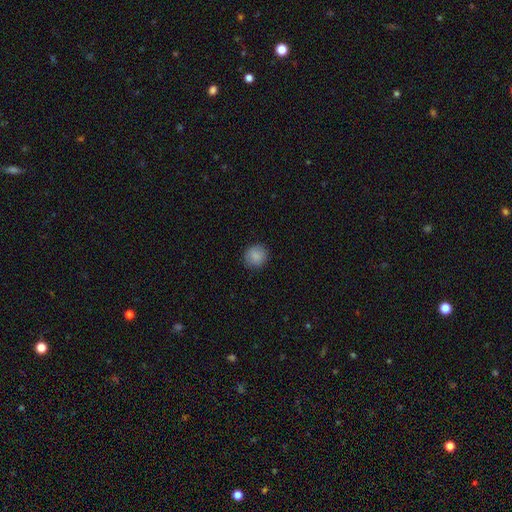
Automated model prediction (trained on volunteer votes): Q: Smooth or featured?
A: smooth (87%); runner-up: star or artifact (8%)
Q: How rounded?
A: round (89%); runner-up: in between (10%)
Q: Merging?
A: none (88%); runner-up: minor disturbance (8%)